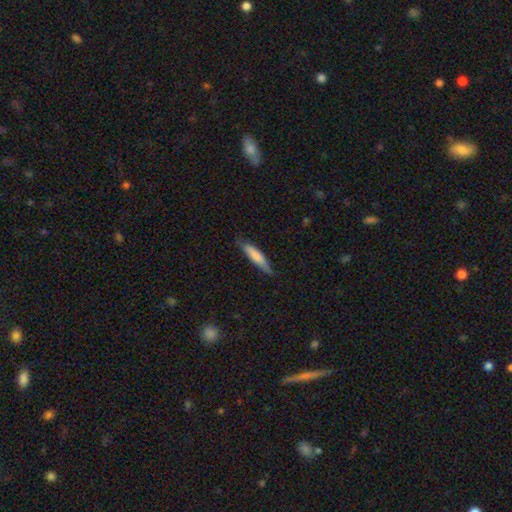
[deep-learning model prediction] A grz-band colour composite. It shows a smooth galaxy with no disk features (75%) that is cigar-shaped (80%). Merging: none (77%).